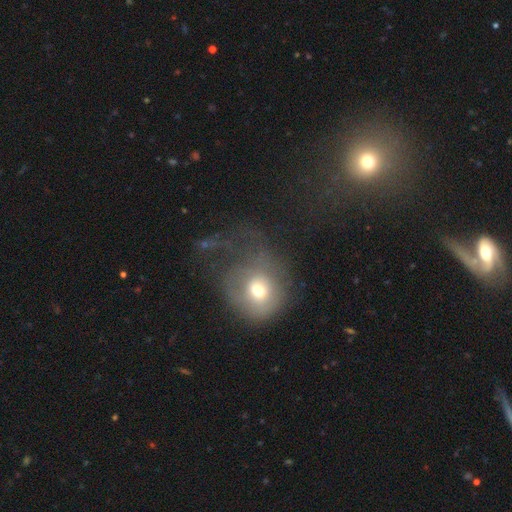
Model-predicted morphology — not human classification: smooth 54%, featured or disk 29%, star or artifact 17%. Down the decision tree: how rounded — round (78%); merging — major disturbance (50%).